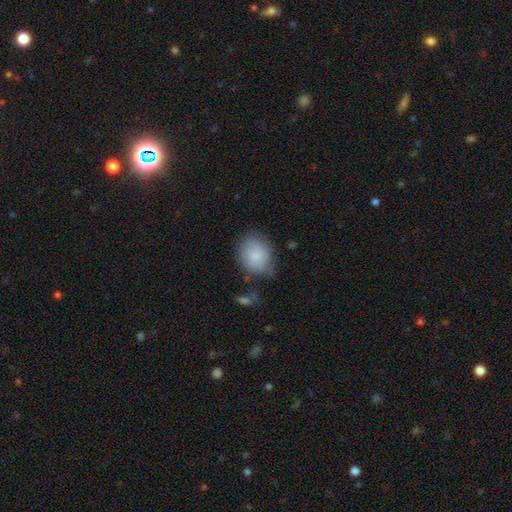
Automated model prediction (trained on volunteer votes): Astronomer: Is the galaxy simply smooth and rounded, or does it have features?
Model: smooth — 83%.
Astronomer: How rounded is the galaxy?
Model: round — 54% (runner-up: in between, 45%).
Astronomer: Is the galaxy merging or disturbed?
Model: none — 63%.